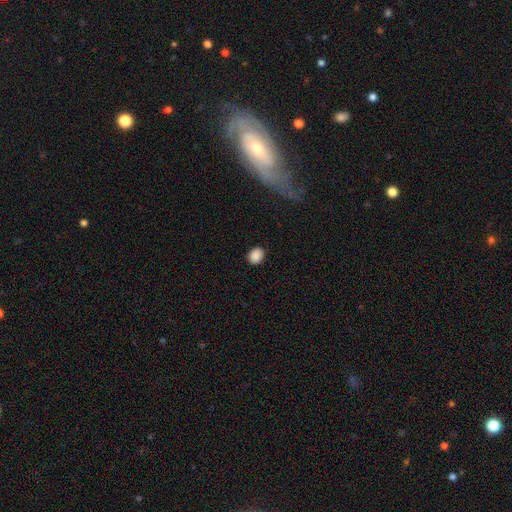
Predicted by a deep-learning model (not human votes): Smooth or featured? Predicted: smooth (p=0.88). How rounded? Predicted: in between (p=0.54). Merging? Predicted: none (p=0.87).